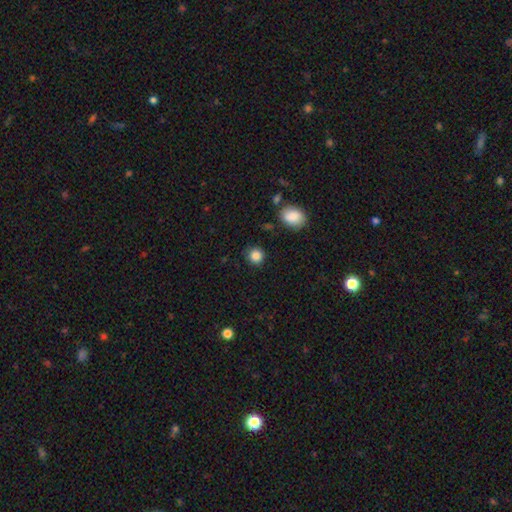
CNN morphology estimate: This appears to be a smooth galaxy with no disk features (87%) that is round (90%). Merging: none (86%).